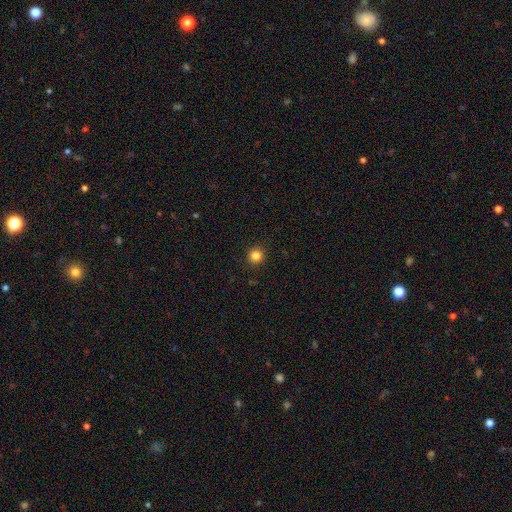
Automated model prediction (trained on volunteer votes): Morphology: type=smooth (84%); roundness=round (94%); merging=none (92%).